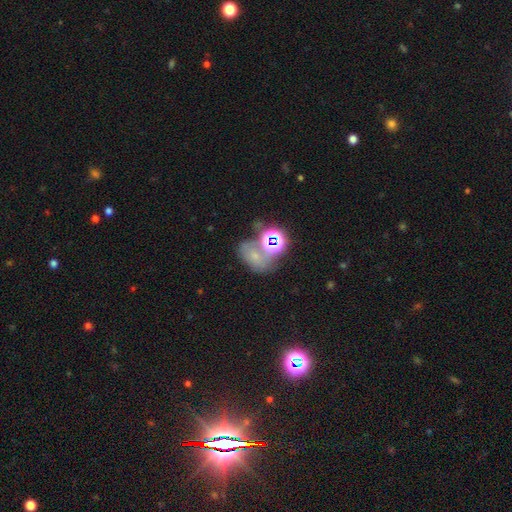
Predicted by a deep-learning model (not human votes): Smooth or featured? Predicted: star or artifact (p=0.41).